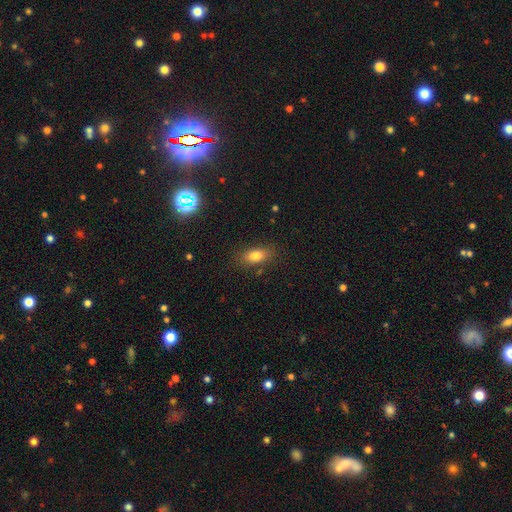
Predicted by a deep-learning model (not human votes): Overall: smooth (80%). How rounded: in between (84%). Merging: none (82%).